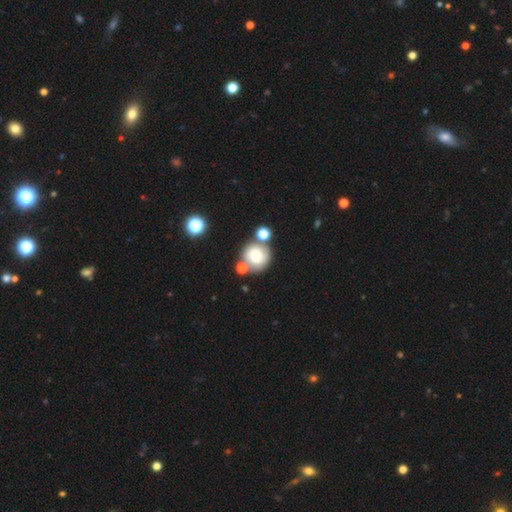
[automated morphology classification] The model was most divided on "smooth or featured": smooth: 63%, featured or disk: 26%, star or artifact: 11%. More confident: how rounded — round (89%); merging — none (62%).